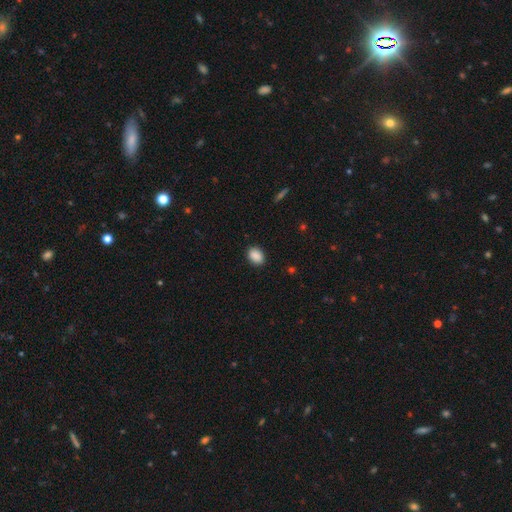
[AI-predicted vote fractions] Q: Smooth or featured?
A: smooth (90%); runner-up: star or artifact (8%)
Q: How rounded?
A: in between (75%); runner-up: round (24%)
Q: Merging?
A: none (89%); runner-up: minor disturbance (8%)